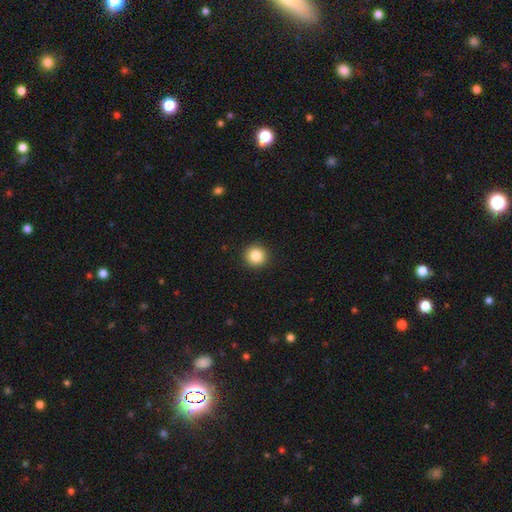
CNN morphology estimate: A smooth galaxy with no disk features (85%) that is round (93%).

Vote fractions:
- Smooth or featured? smooth: 85% / star or artifact: 10% / featured or disk: 5%
- How rounded? round: 93% / in between: 6% / cigar-shaped: 1%
- Merging? none: 93% / minor disturbance: 5% / major disturbance: 2% / merger: 1%